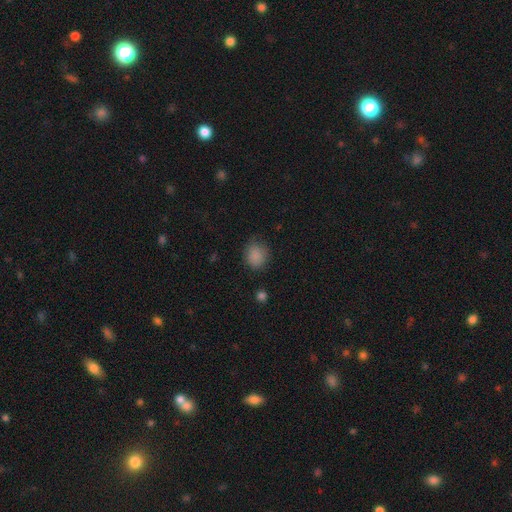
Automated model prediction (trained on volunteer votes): Smooth or featured?
  - smooth: 85% *
  - star or artifact: 10%
  - featured or disk: 4%
How rounded?
  - round: 70% *
  - in between: 29%
  - cigar-shaped: 1%
Merging?
  - none: 77% *
  - minor disturbance: 17%
  - major disturbance: 5%
  - merger: 2%